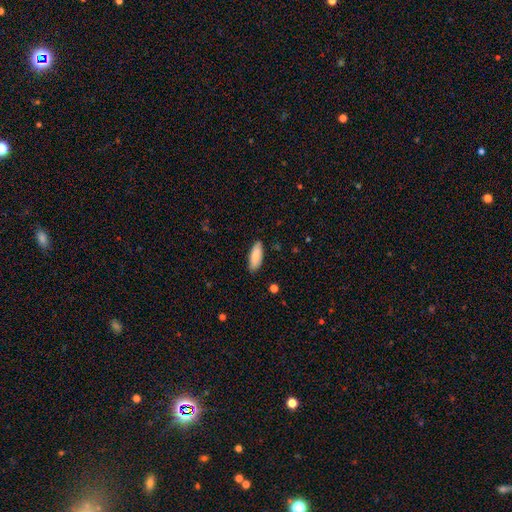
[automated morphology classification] smooth_or_featured: smooth (p=0.86) [alt: featured or disk p=0.09]
how_rounded: in between (p=0.69) [alt: cigar-shaped p=0.30]
merging: none (p=0.86) [alt: minor disturbance p=0.11]